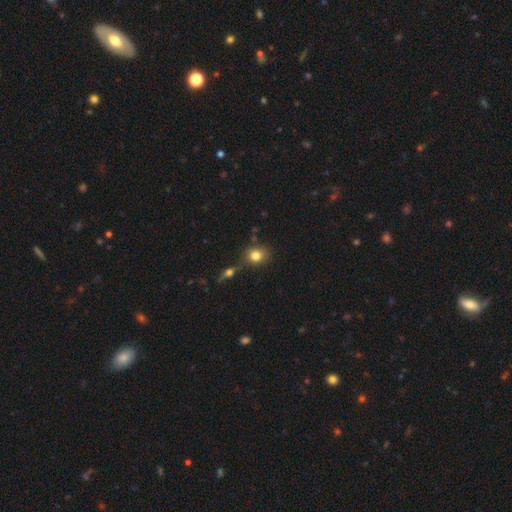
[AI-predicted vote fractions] smooth-or-featured: smooth: 79% | star or artifact: 11% | featured or disk: 10%
  how-rounded: round: 66% | in between: 32% | cigar-shaped: 2%
  merging: none: 60% | merger: 23% | minor disturbance: 12% | major disturbance: 5%